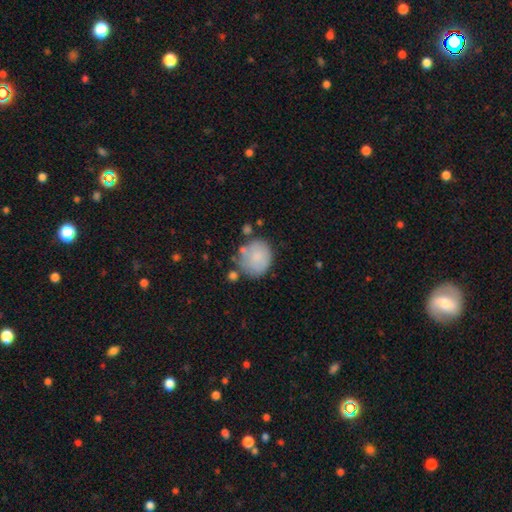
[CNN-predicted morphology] Smooth or featured: smooth — 79% (featured or disk — 14%)
How rounded: round — 74% (in between — 25%)
Merging: none — 62% (minor disturbance — 22%)